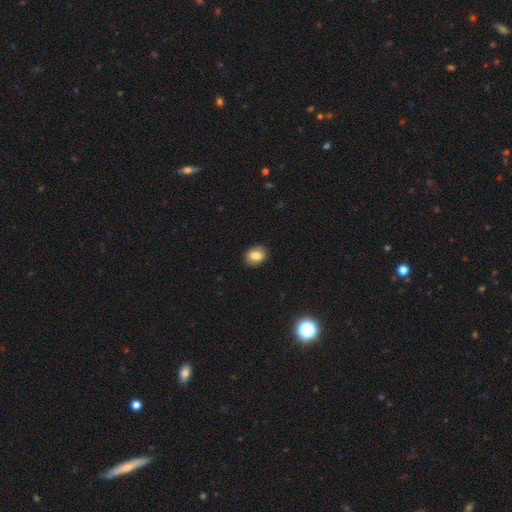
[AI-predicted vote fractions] Smooth or featured: smooth — 81% (featured or disk — 9%)
How rounded: in between — 54% (round — 45%)
Merging: none — 88% (minor disturbance — 9%)